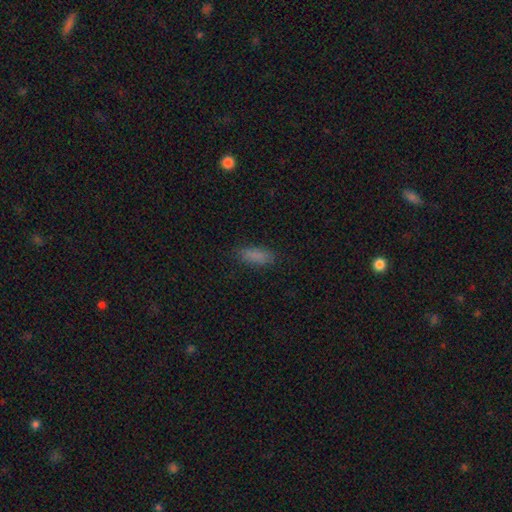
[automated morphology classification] A smooth galaxy with no disk features (84%) that is in between round and cigar-shaped (68%). Merging: none (82%).